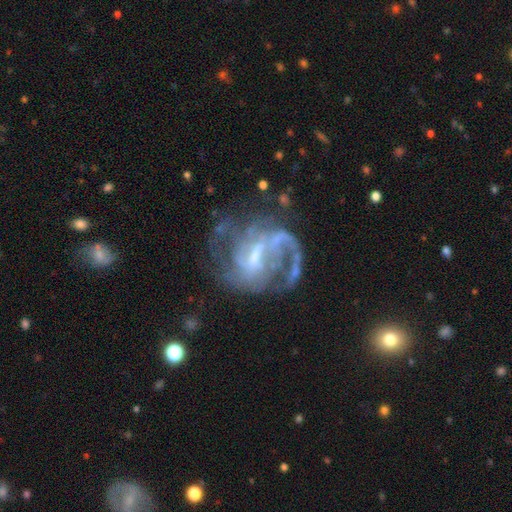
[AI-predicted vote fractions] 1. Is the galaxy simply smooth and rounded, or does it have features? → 86% featured or disk, 8% star or artifact, 6% smooth.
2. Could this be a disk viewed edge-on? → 98% no, 2% yes.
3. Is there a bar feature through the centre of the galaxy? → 54% weak, 29% strong, 17% no.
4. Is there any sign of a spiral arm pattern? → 91% yes, 9% no.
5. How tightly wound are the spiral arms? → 45% medium, 32% loose, 23% tight.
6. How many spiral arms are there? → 35% 2, 25% can't tell, 15% 3, 13% 1, 7% 4, 5% more than 4.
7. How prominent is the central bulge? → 51% small, 30% moderate, 14% none, 3% large, 1% dominant.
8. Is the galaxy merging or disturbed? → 49% none, 30% major disturbance, 17% minor disturbance, 5% merger.